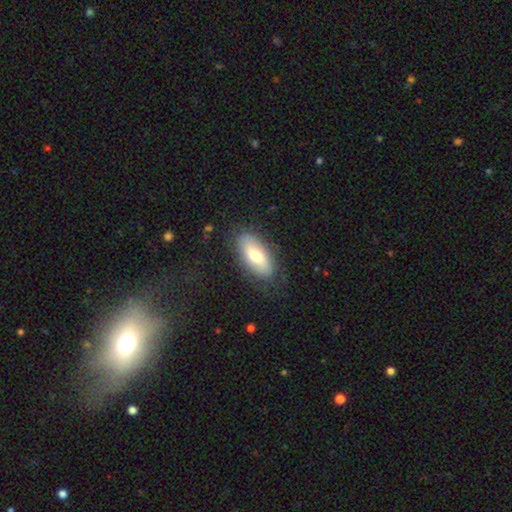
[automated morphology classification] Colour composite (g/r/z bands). It shows a smooth galaxy with no disk features (63%) that is in between round and cigar-shaped (89%). Merging: none (81%).